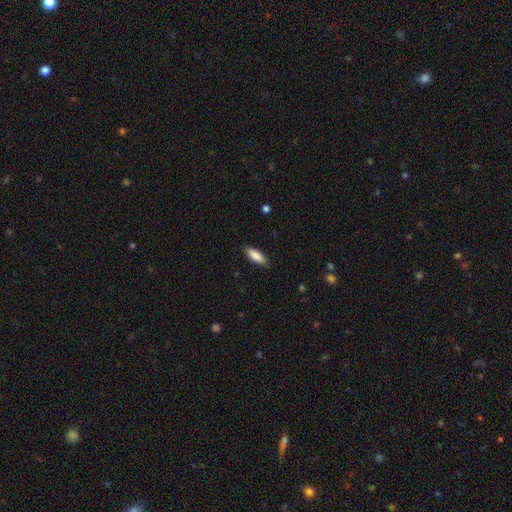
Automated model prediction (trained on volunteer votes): Smooth or featured: smooth — 87% (featured or disk — 8%)
How rounded: in between — 61% (cigar-shaped — 38%)
Merging: none — 87% (minor disturbance — 10%)